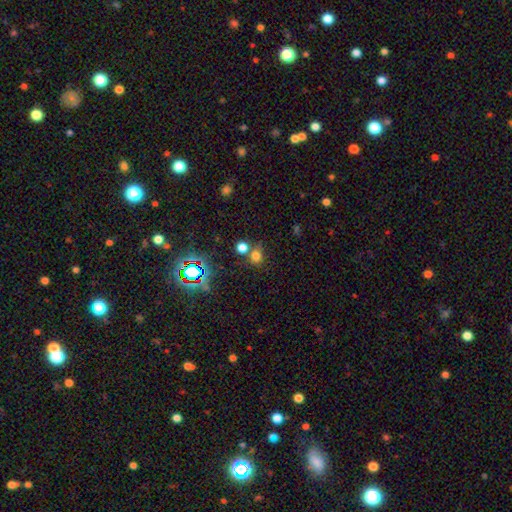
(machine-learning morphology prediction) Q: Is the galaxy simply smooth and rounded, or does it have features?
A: smooth — 63%.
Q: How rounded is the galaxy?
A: round — 75%.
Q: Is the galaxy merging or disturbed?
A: none — 60%.